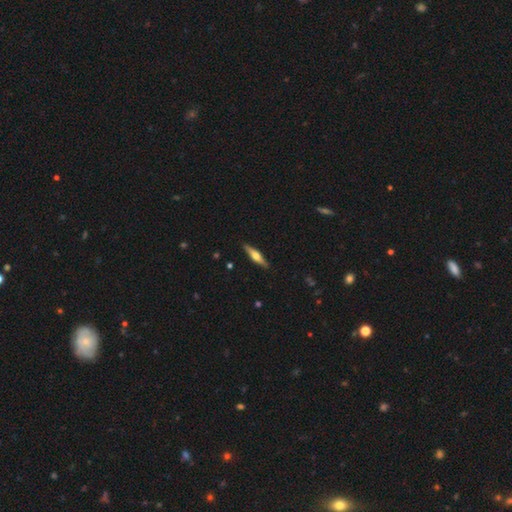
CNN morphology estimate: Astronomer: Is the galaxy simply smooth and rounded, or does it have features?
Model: featured or disk — 58% (runner-up: smooth, 36%).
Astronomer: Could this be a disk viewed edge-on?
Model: yes — 95%.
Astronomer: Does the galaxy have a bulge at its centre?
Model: rounded — 90%.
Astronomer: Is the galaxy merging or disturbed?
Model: none — 89%.